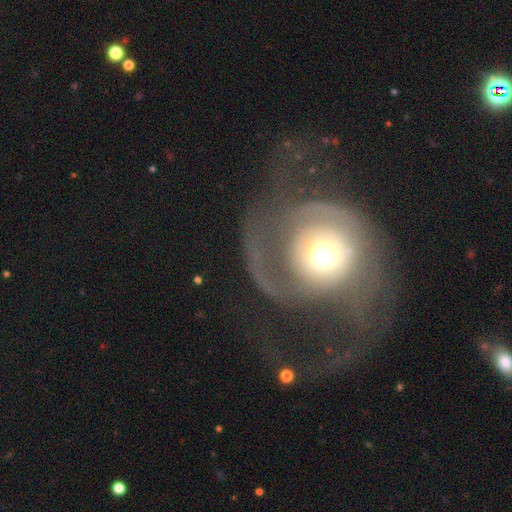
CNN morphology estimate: Smooth or featured?
  - featured or disk: 71% *
  - smooth: 20%
  - star or artifact: 9%
Edge-on disk?
  - no: 97% *
  - yes: 3%
Bar?
  - no: 82% *
  - weak: 14%
  - strong: 5%
Spiral arms?
  - yes: 74% *
  - no: 26%
Spiral winding?
  - medium: 38% *
  - loose: 32%
  - tight: 31%
Spiral arm count?
  - 2: 44% *
  - 1: 24%
  - can't tell: 19%
  - 3: 7%
  - 4: 4%
  - more than 4: 3%
Bulge size?
  - moderate: 57% *
  - large: 30%
  - small: 7%
  - dominant: 6%
  - none: 1%
Merging?
  - major disturbance: 48% *
  - none: 35%
  - minor disturbance: 14%
  - merger: 4%